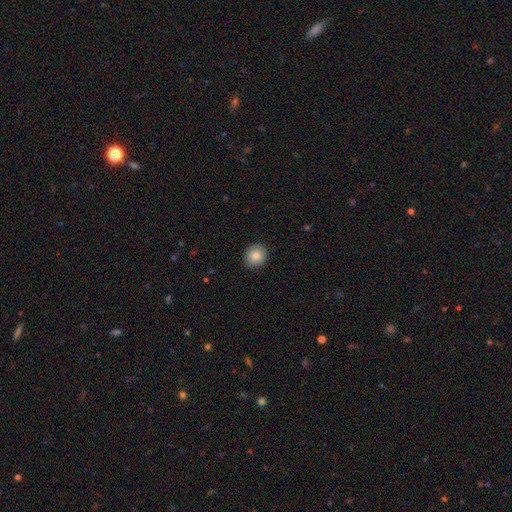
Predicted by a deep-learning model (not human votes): A smooth galaxy with no disk features (84%) that is round (81%).

Vote fractions:
- Smooth or featured? smooth: 84% / star or artifact: 8% / featured or disk: 8%
- How rounded? round: 81% / in between: 19% / cigar-shaped: 1%
- Merging? none: 90% / minor disturbance: 7% / major disturbance: 2% / merger: 1%